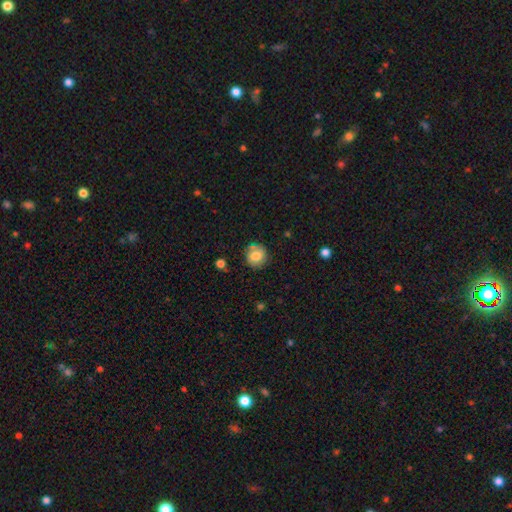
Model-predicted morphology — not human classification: Q: Smooth or featured?
A: smooth (74%); runner-up: featured or disk (16%)
Q: How rounded?
A: round (85%); runner-up: in between (14%)
Q: Merging?
A: none (76%); runner-up: minor disturbance (15%)